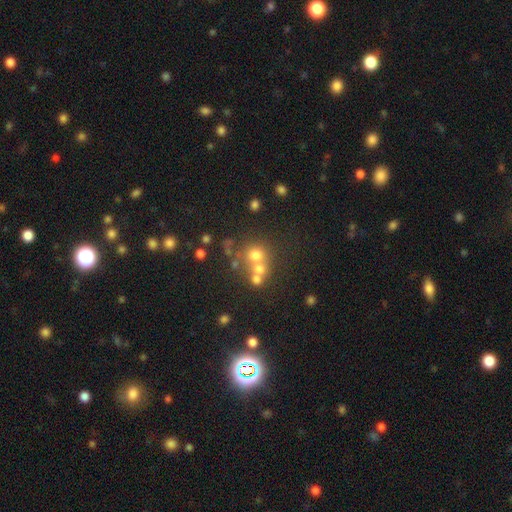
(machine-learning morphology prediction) Smooth or featured: smooth — 60% (featured or disk — 20%)
How rounded: round — 85% (in between — 14%)
Merging: none — 45% (merger — 41%)